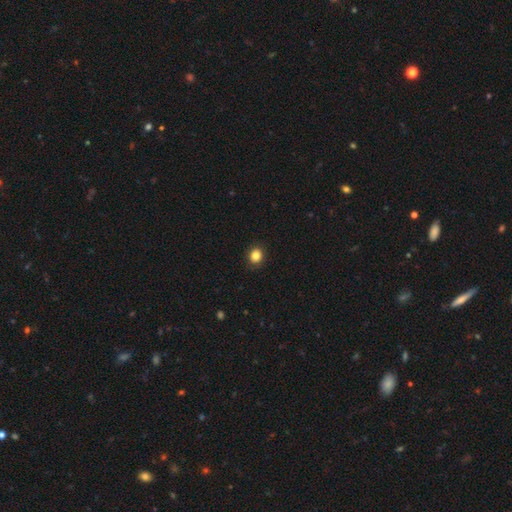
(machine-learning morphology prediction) A smooth galaxy with no disk features (84%) that is round (76%).

Vote fractions:
- Smooth or featured? smooth: 84% / star or artifact: 11% / featured or disk: 5%
- How rounded? round: 76% / in between: 23% / cigar-shaped: 1%
- Merging? none: 90% / minor disturbance: 7% / major disturbance: 2% / merger: 1%